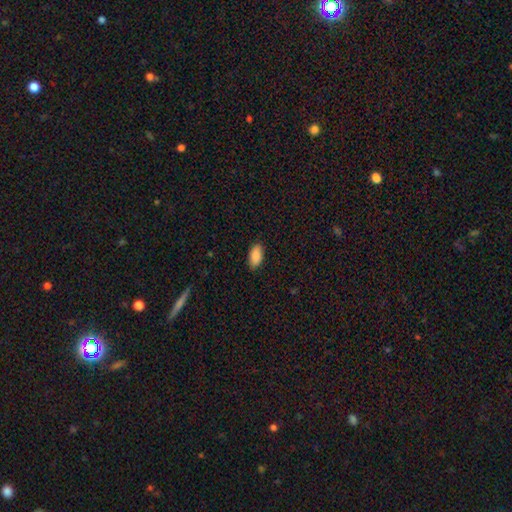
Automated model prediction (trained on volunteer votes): Smooth or featured? smooth (89%)
How rounded? in between (93%)
Merging? none (88%)